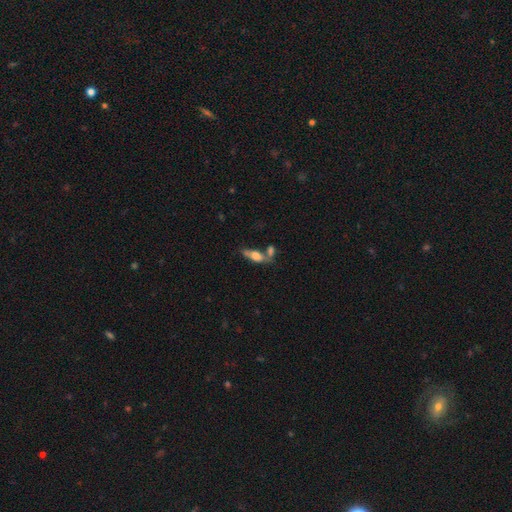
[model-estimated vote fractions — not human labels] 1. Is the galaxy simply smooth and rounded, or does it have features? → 55% smooth, 36% featured or disk, 9% star or artifact.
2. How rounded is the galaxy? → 67% in between, 29% cigar-shaped, 5% round.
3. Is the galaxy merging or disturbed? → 43% none, 31% merger, 17% minor disturbance, 9% major disturbance.